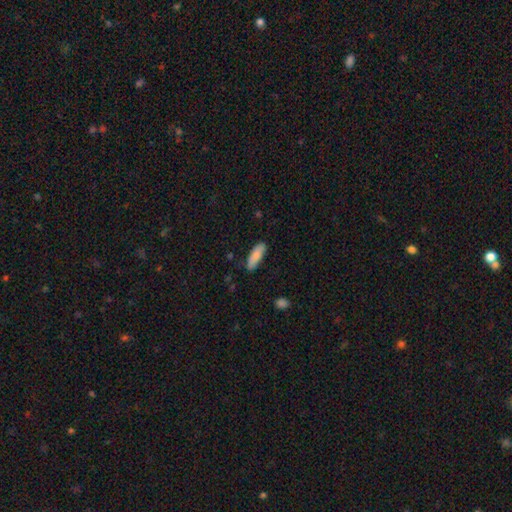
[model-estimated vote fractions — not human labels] smooth_or_featured: smooth (p=0.83) [alt: featured or disk p=0.11]
how_rounded: in between (p=0.62) [alt: cigar-shaped p=0.36]
merging: none (p=0.81) [alt: minor disturbance p=0.15]